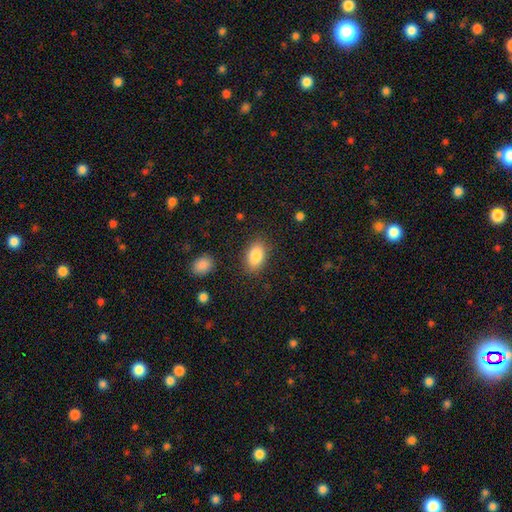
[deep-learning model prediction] This is clearly a smooth galaxy (86%). How rounded: clearly in between (90%). Merging: clearly none (85%).